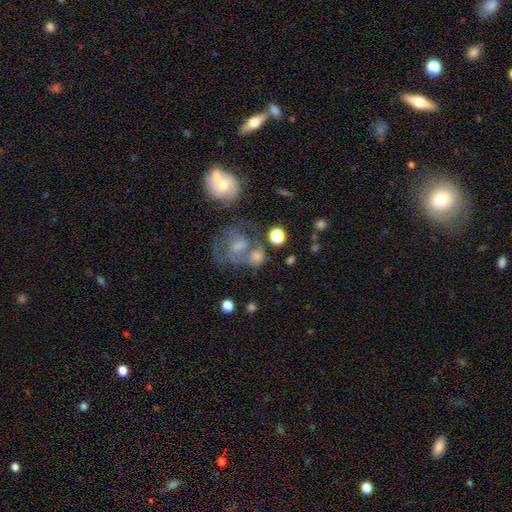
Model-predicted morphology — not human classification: Overall: featured or disk (44%; smooth 38%). Merging: none (36%; merger 27%).